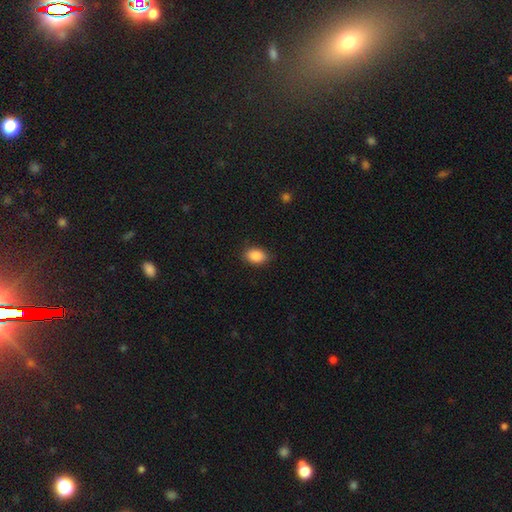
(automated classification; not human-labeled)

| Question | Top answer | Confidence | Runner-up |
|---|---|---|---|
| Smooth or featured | smooth | 88% | star or artifact (8%) |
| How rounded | in between | 83% | round (16%) |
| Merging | none | 85% | minor disturbance (11%) |